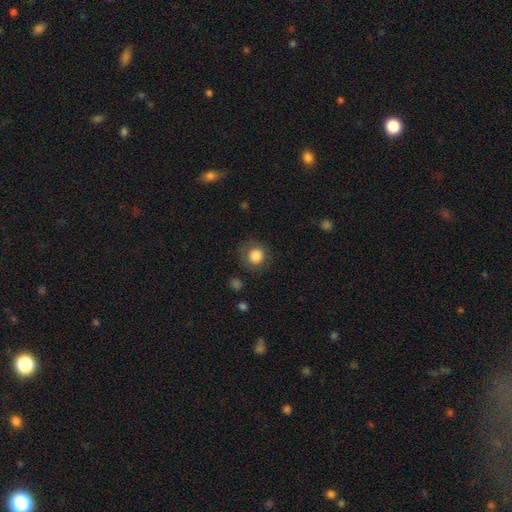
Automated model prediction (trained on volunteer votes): A smooth galaxy with no disk features (82%) that is round (87%).

Vote fractions:
- Smooth or featured? smooth: 82% / star or artifact: 9% / featured or disk: 9%
- How rounded? round: 87% / in between: 12% / cigar-shaped: 1%
- Merging? none: 78% / minor disturbance: 14% / major disturbance: 6% / merger: 2%